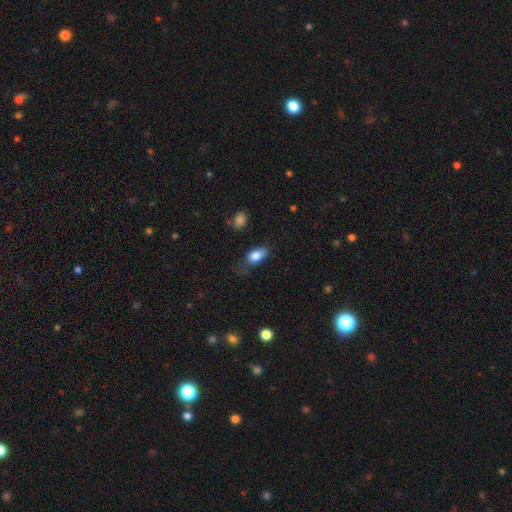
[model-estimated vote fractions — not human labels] Morphology: type=smooth (84%); roundness=in between (89%); merging=none (50%).